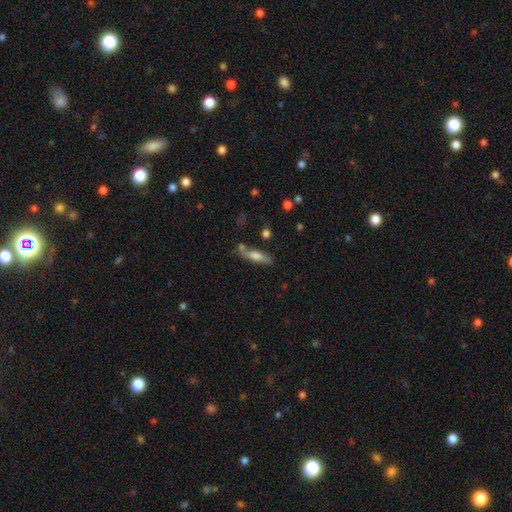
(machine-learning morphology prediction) The model was most divided on "smooth or featured": smooth: 60%, featured or disk: 33%, star or artifact: 7%. More confident: how rounded — cigar-shaped (64%); merging — none (63%).